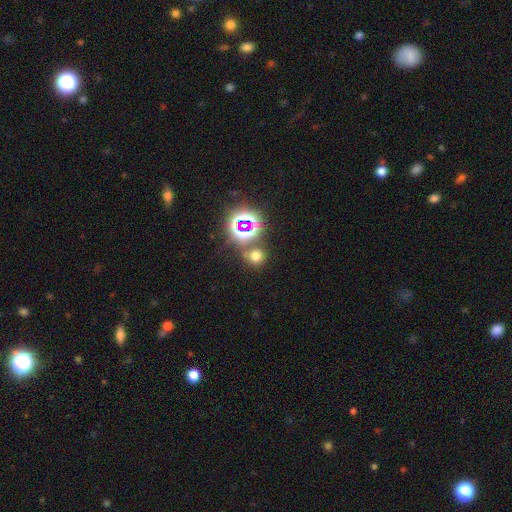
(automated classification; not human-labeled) A smooth galaxy with no disk features (58%) that is round (88%).

Vote fractions:
- Smooth or featured? smooth: 58% / star or artifact: 33% / featured or disk: 8%
- How rounded? round: 88% / in between: 11% / cigar-shaped: 1%
- Merging? none: 72% / merger: 15% / minor disturbance: 9% / major disturbance: 4%